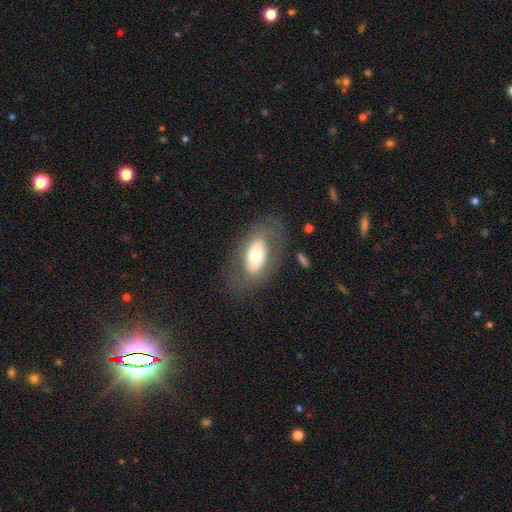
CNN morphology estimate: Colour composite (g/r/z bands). It shows a smooth galaxy with no disk features (54%) that is in between round and cigar-shaped (91%). Merging: none (74%).